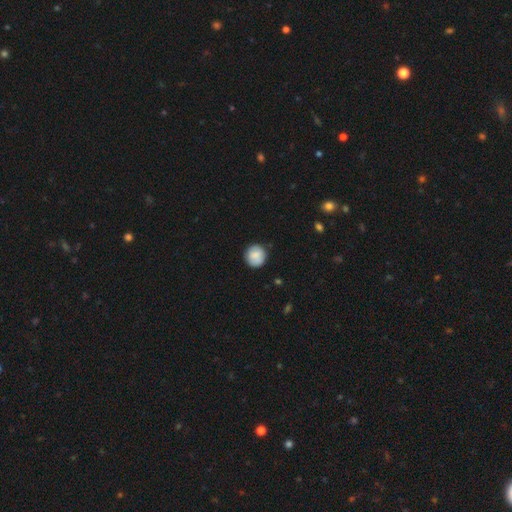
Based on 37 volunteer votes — A smooth galaxy with no disk features (78%) that is round (100%). Merging: none (77%).